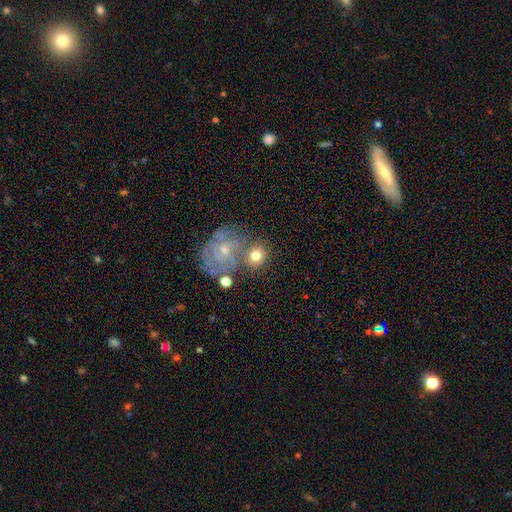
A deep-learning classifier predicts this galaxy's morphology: Smooth or featured?
  - smooth: 67% *
  - featured or disk: 23%
  - star or artifact: 10%
How rounded?
  - round: 80% *
  - in between: 19%
  - cigar-shaped: 1%
Merging?
  - none: 55% *
  - merger: 26%
  - minor disturbance: 13%
  - major disturbance: 7%